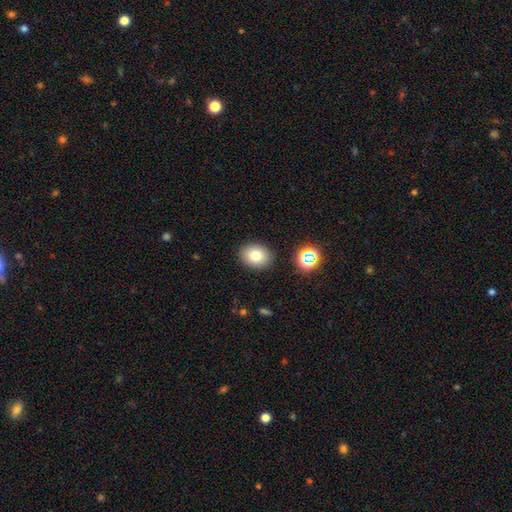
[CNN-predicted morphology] smooth_or_featured: smooth (p=0.78) [alt: star or artifact p=0.12]
how_rounded: in between (p=0.51) [alt: round p=0.48]
merging: none (p=0.88) [alt: minor disturbance p=0.08]